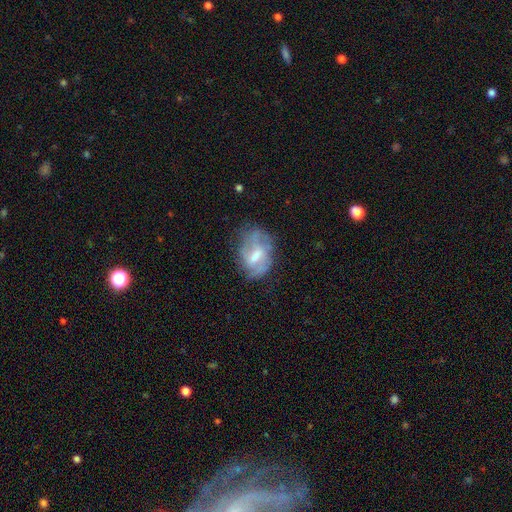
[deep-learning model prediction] This appears to be a featured or disk galaxy (59%) with a weak bar (51%), spiral arms (59%) and a moderate central bulge (46%). Merging: none (50%).